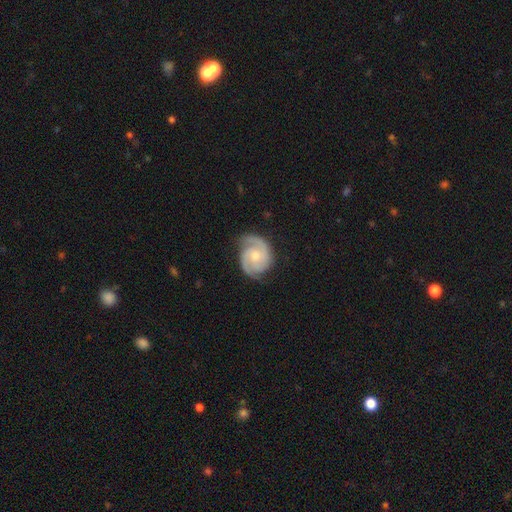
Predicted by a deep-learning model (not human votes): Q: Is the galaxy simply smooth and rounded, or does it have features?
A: featured or disk — 88%.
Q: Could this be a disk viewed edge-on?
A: no — 98%.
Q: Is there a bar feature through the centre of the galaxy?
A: no — 65%.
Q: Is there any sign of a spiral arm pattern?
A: yes — 98%.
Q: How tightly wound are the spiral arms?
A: tight — 53%.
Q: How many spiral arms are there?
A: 2 — 79%.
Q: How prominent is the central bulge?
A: moderate — 52%.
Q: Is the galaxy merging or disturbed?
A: none — 77%.